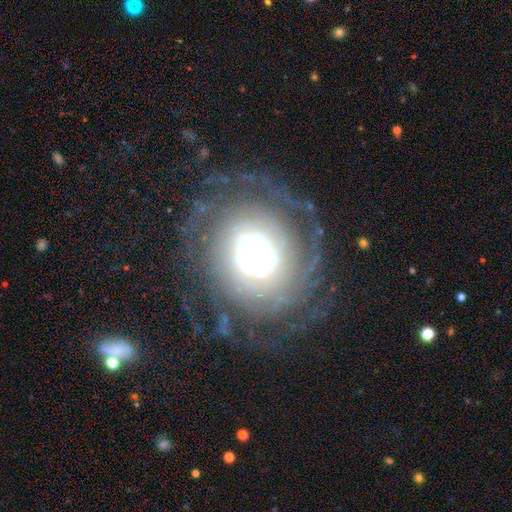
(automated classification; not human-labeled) Smooth or featured?
  - featured or disk: 82% *
  - smooth: 11%
  - star or artifact: 7%
Edge-on disk?
  - no: 97% *
  - yes: 3%
Bar?
  - no: 77% *
  - weak: 15%
  - strong: 8%
Spiral arms?
  - yes: 81% *
  - no: 19%
Spiral winding?
  - tight: 72% *
  - medium: 18%
  - loose: 9%
Spiral arm count?
  - can't tell: 44% *
  - 2: 15%
  - more than 4: 13%
  - 3: 10%
  - 4: 10%
  - 1: 8%
Bulge size?
  - moderate: 42% *
  - small: 37%
  - large: 16%
  - dominant: 4%
  - none: 2%
Merging?
  - none: 68% *
  - minor disturbance: 15%
  - major disturbance: 15%
  - merger: 2%